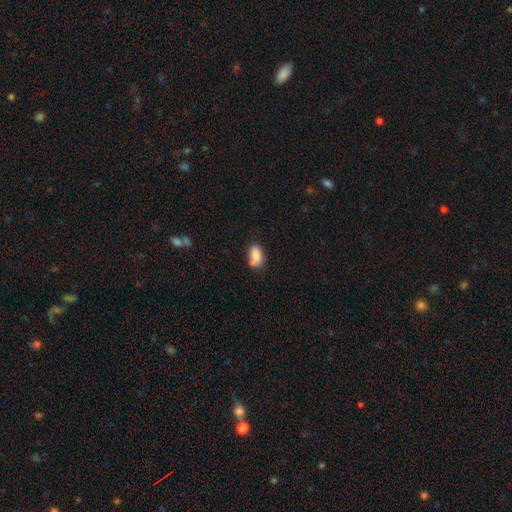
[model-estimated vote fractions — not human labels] A smooth galaxy with no disk features (81%) that is in between round and cigar-shaped (88%). Merging: none (51%).